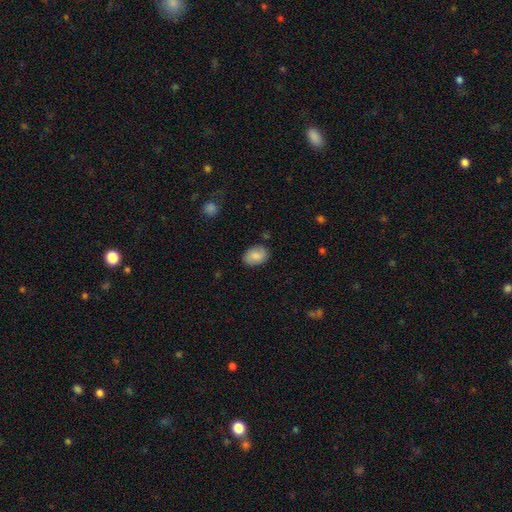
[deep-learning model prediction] Smooth or featured?
  - smooth: 79% *
  - featured or disk: 13%
  - star or artifact: 7%
How rounded?
  - in between: 76% *
  - round: 23%
  - cigar-shaped: 1%
Merging?
  - none: 82% *
  - minor disturbance: 14%
  - major disturbance: 3%
  - merger: 2%